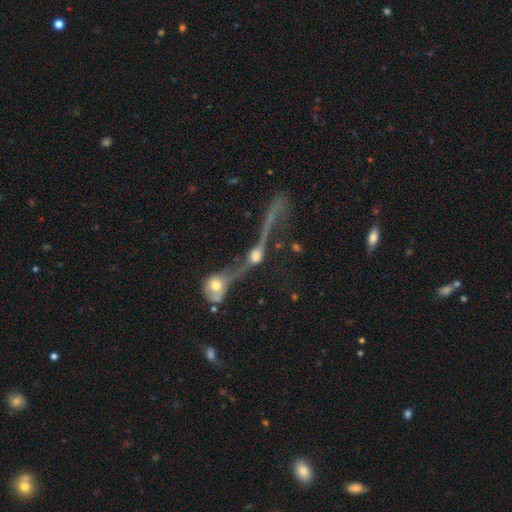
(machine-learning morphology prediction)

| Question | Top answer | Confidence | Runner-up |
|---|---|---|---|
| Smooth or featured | featured or disk | 52% | smooth (30%) |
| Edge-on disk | yes | 58% | no (42%) |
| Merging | merger | 58% | none (19%) |